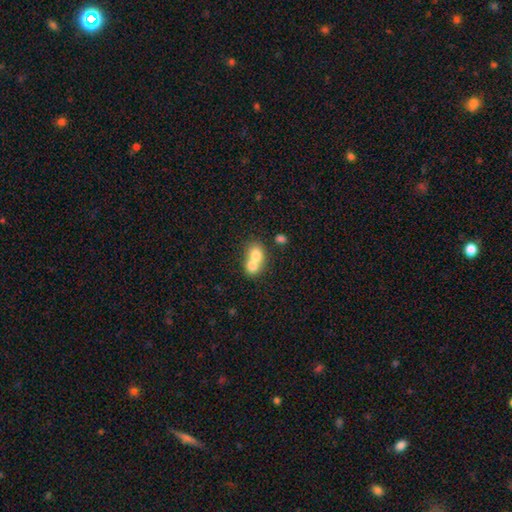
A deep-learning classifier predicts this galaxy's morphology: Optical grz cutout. It shows a smooth galaxy with no disk features (72%) that is round (56%). Merging: merger (72%).